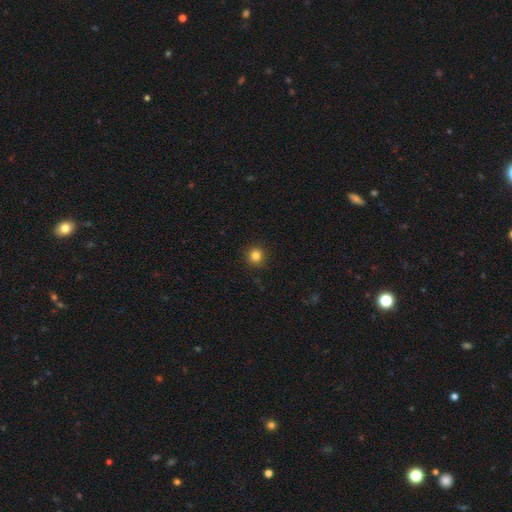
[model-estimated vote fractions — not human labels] Smooth or featured? smooth (83%)
How rounded? round (93%)
Merging? none (92%)